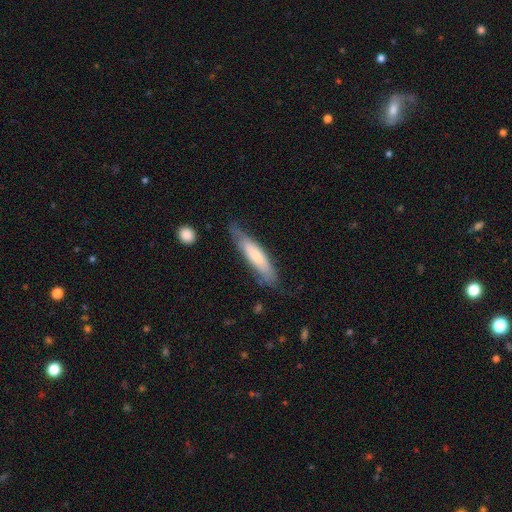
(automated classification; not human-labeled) This is likely a smooth galaxy (63%). How rounded: likely cigar-shaped (76%). Merging: likely none (68%).